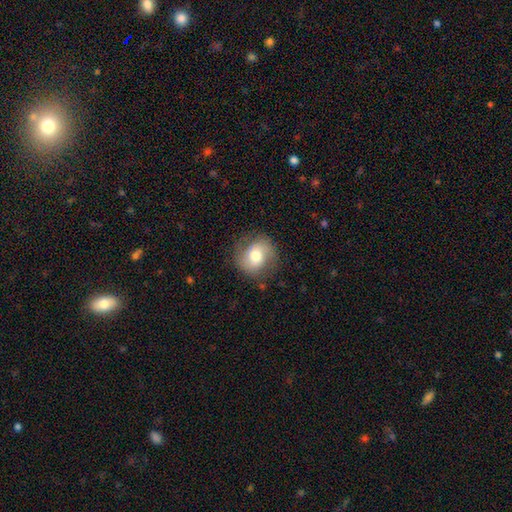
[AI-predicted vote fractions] A smooth galaxy with no disk features (53%) that is round (71%).

Vote fractions:
- Smooth or featured? smooth: 53% / featured or disk: 39% / star or artifact: 8%
- How rounded? round: 71% / in between: 28% / cigar-shaped: 1%
- Merging? none: 75% / minor disturbance: 17% / major disturbance: 7% / merger: 1%